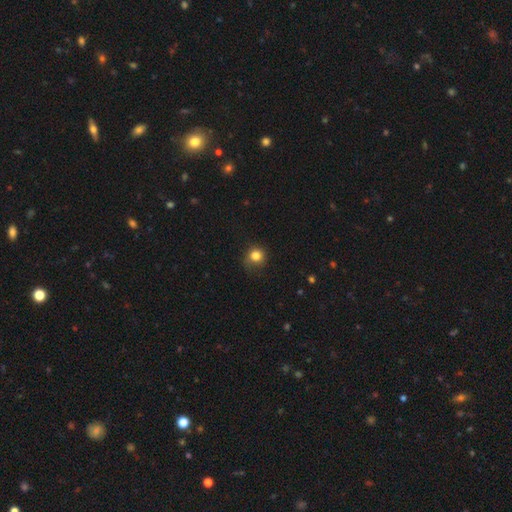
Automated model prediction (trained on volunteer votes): Morphology: type=smooth (82%); roundness=round (85%); merging=none (69%).